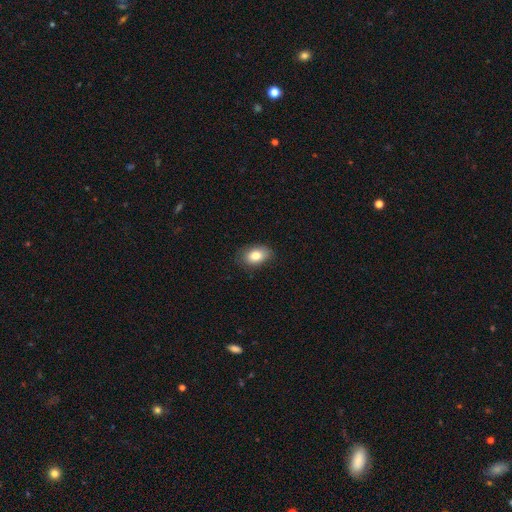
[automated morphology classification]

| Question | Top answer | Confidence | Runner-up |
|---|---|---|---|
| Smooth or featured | smooth | 83% | featured or disk (9%) |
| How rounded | in between | 85% | round (14%) |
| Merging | none | 80% | minor disturbance (16%) |